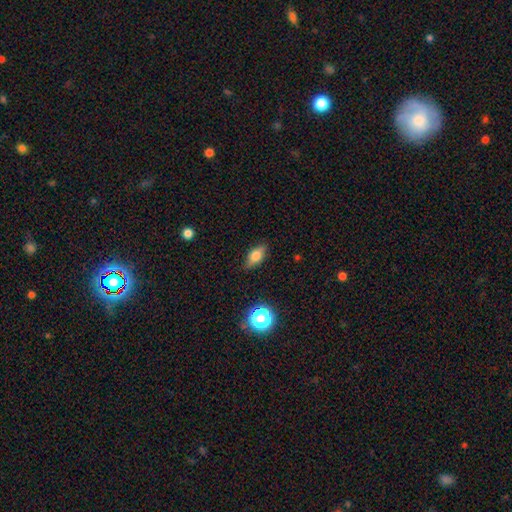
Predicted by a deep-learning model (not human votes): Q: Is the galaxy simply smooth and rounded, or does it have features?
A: smooth — 71%.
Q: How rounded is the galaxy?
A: in between — 79%.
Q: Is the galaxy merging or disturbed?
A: none — 83%.